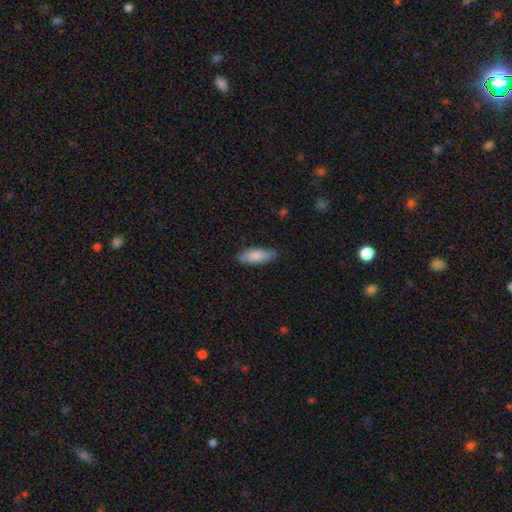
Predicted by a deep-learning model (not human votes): Morphology: type=smooth (84%); roundness=in between (74%); merging=none (82%).